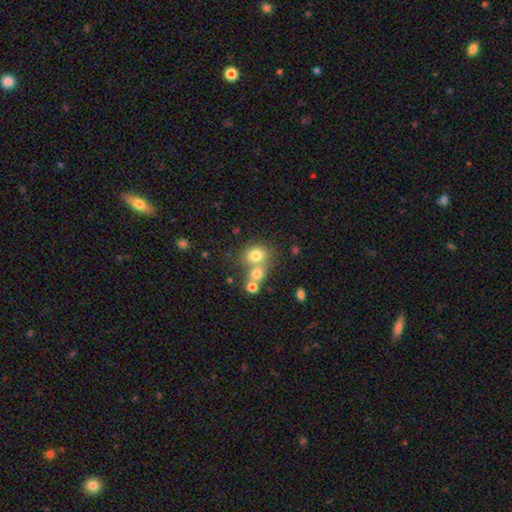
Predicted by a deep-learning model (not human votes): Smooth or featured?
  - smooth: 74% *
  - featured or disk: 13%
  - star or artifact: 13%
How rounded?
  - round: 67% *
  - in between: 31%
  - cigar-shaped: 1%
Merging?
  - merger: 45% *
  - none: 42%
  - minor disturbance: 9%
  - major disturbance: 5%